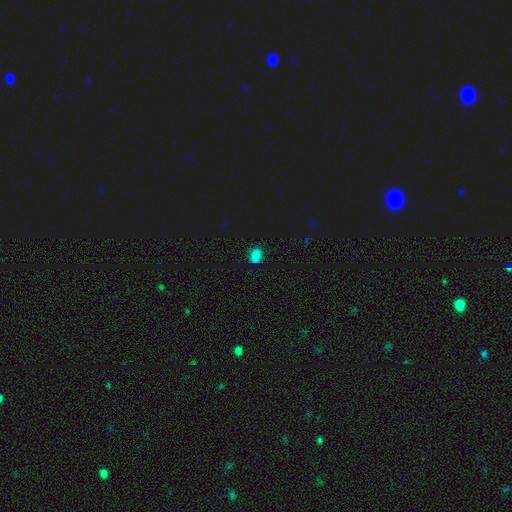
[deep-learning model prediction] smooth 80%, star or artifact 16%, featured or disk 3%. Down the decision tree: how rounded — in between (73%); merging — none (83%).